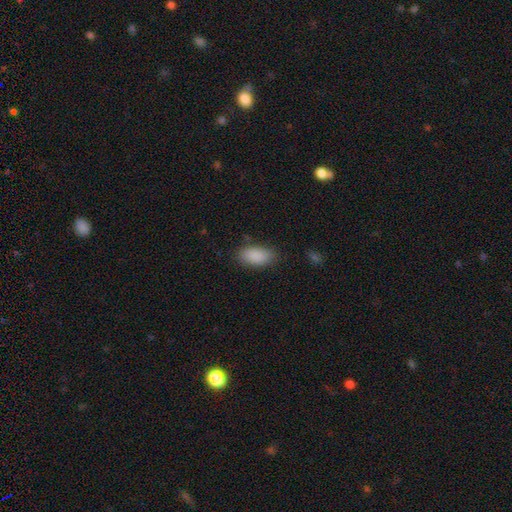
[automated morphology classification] Smooth or featured? Predicted: smooth (p=0.89). How rounded? Predicted: in between (p=0.92). Merging? Predicted: none (p=0.82).